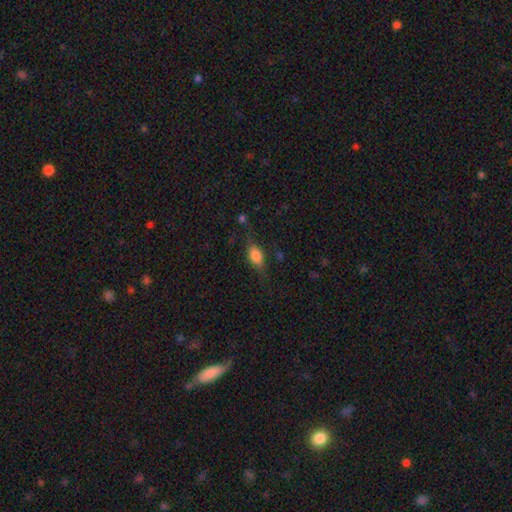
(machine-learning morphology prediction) This appears to be a smooth galaxy with no disk features (75%) that is in between round and cigar-shaped (80%). Merging: none (67%).